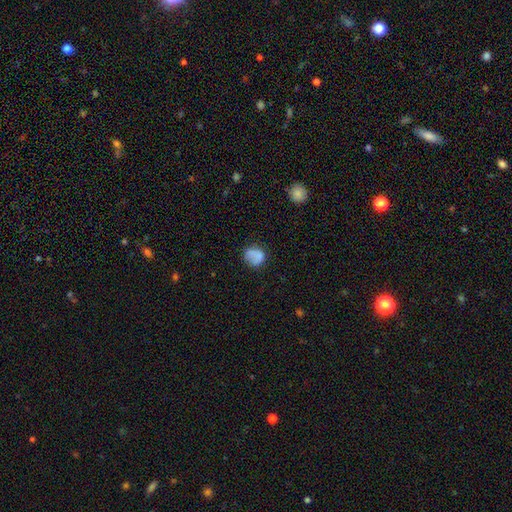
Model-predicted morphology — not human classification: type=smooth (75%); roundness=round (77%); merging=none (61%).